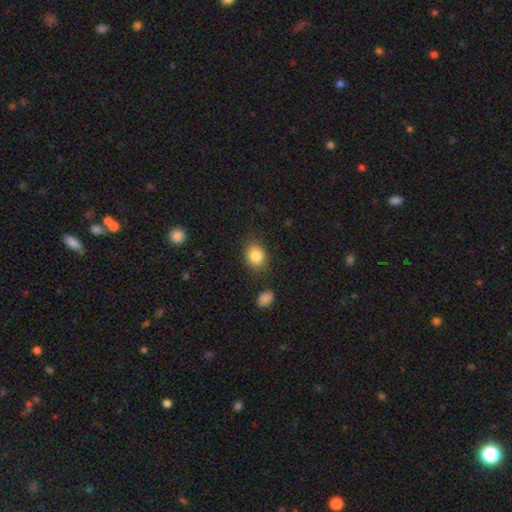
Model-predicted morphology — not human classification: The model was most divided on "how rounded": in between: 56%, round: 43%, cigar-shaped: 1%. More confident: smooth or featured — smooth (84%); merging — none (79%).